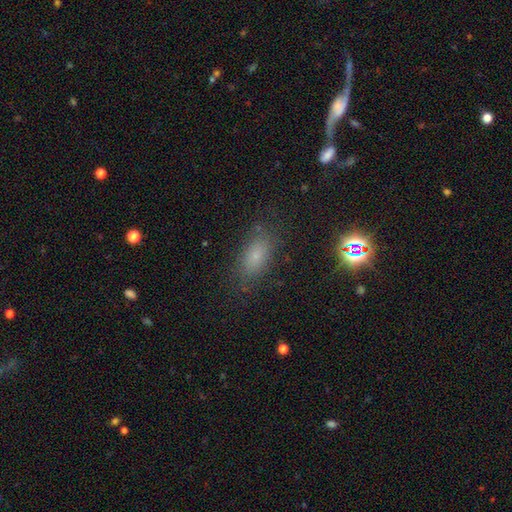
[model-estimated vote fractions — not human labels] This is likely a smooth galaxy (67%). How rounded: clearly in between (82%). Merging: likely none (79%).